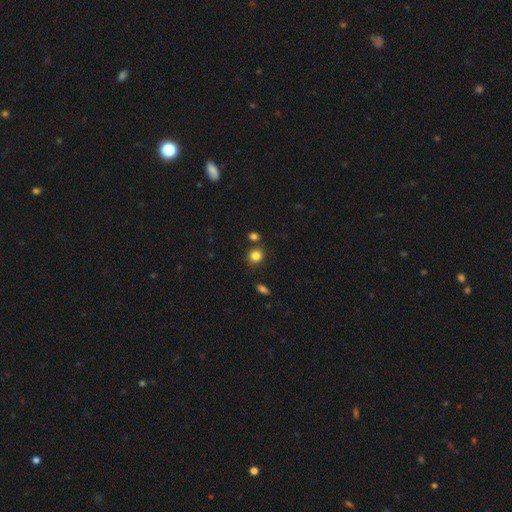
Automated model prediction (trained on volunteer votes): Q: Smooth or featured?
A: smooth (83%); runner-up: star or artifact (12%)
Q: How rounded?
A: round (80%); runner-up: in between (19%)
Q: Merging?
A: none (81%); runner-up: minor disturbance (9%)